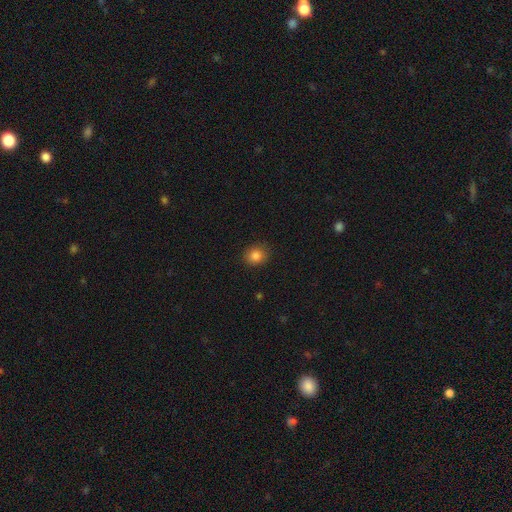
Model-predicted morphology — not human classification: smooth 83%, star or artifact 11%, featured or disk 5%. Down the decision tree: how rounded — round (77%); merging — none (89%).